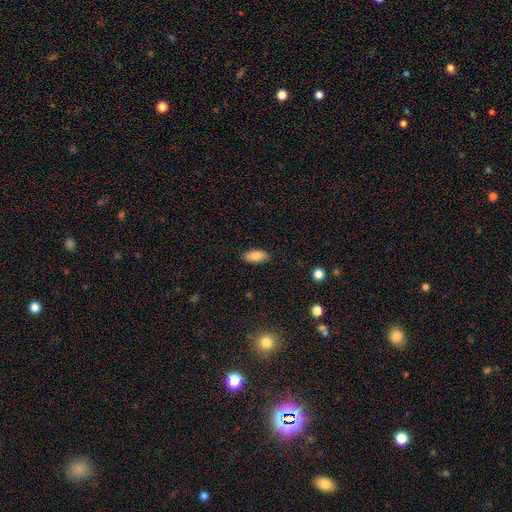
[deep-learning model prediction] This is clearly a smooth galaxy (83%). How rounded: clearly in between (89%). Merging: clearly none (85%).